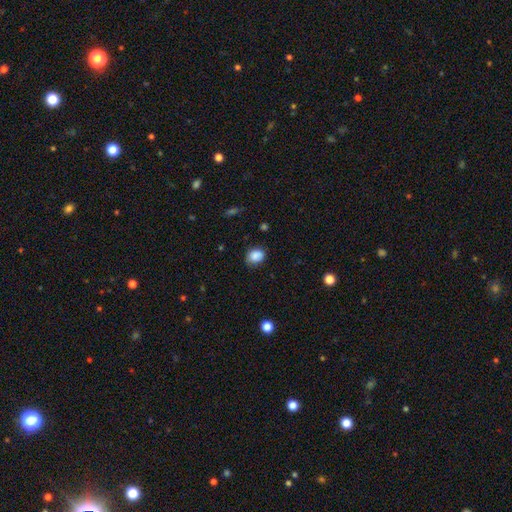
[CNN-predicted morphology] Smooth or featured? smooth (86%)
How rounded? in between (50%)
Merging? none (74%)